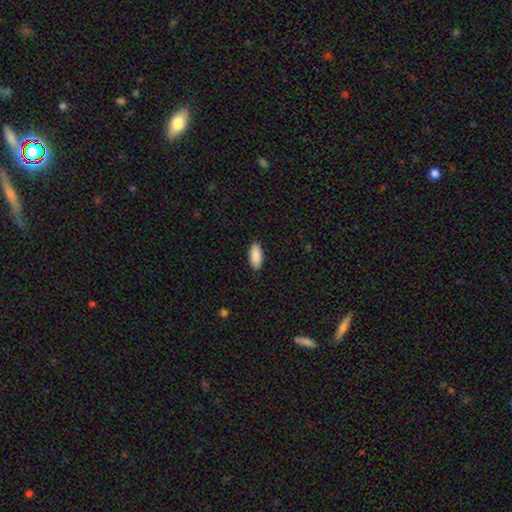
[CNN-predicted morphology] Overall: smooth (91%). How rounded: in between (92%). Merging: none (89%).